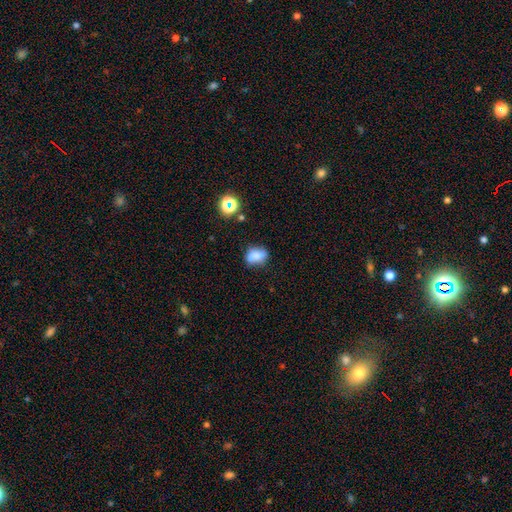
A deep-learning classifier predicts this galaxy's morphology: Q: Smooth or featured?
A: smooth (70%); runner-up: featured or disk (18%)
Q: How rounded?
A: in between (61%); runner-up: round (37%)
Q: Merging?
A: none (62%); runner-up: minor disturbance (27%)